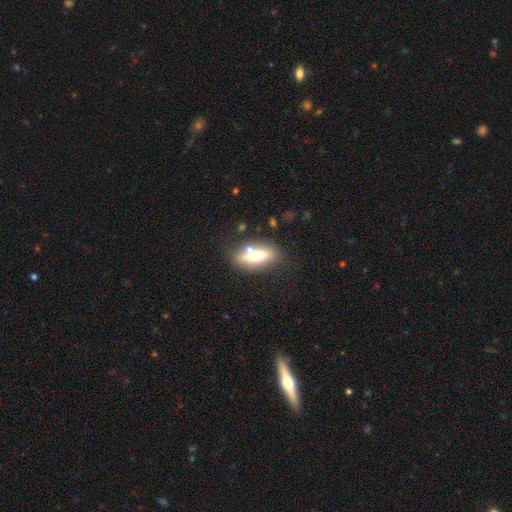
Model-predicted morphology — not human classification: This appears to be a smooth galaxy with no disk features (52%) that is in between round and cigar-shaped (68%). Merging: none (74%).